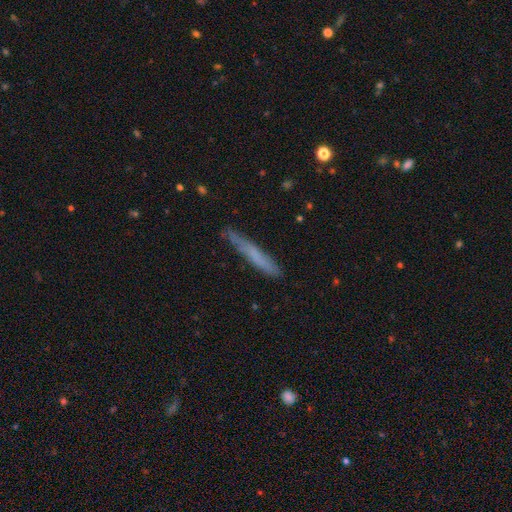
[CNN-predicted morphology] This is likely a smooth galaxy (61%). How rounded: clearly cigar-shaped (95%). Merging: likely none (74%).